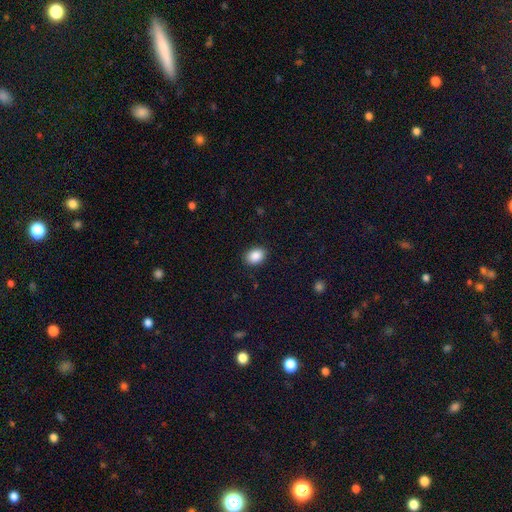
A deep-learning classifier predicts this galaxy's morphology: smooth_or_featured: smooth (p=0.88) [alt: star or artifact p=0.08]
how_rounded: in between (p=0.71) [alt: round p=0.28]
merging: none (p=0.88) [alt: minor disturbance p=0.08]